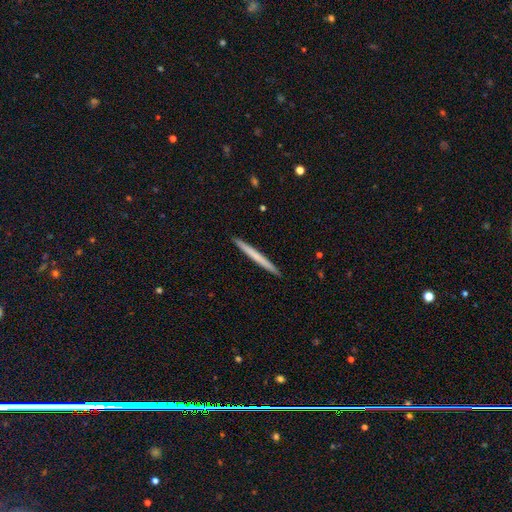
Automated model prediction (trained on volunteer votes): Smooth or featured: smooth — 60% (featured or disk — 35%)
How rounded: cigar-shaped — 97% (in between — 1%)
Merging: none — 93% (minor disturbance — 5%)